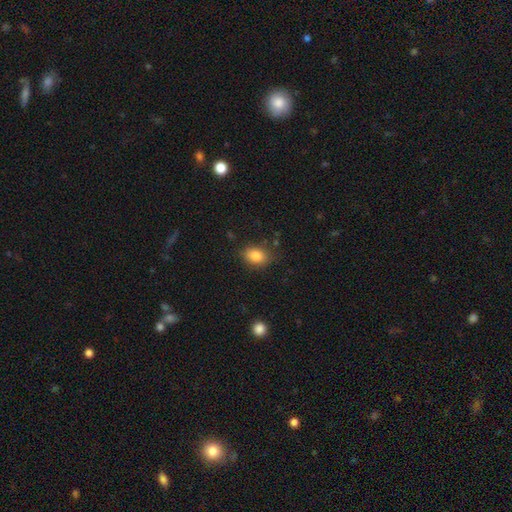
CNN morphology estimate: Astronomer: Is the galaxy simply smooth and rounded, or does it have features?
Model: smooth — 84%.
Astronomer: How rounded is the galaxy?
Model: in between — 72%.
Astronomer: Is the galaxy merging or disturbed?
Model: none — 80%.